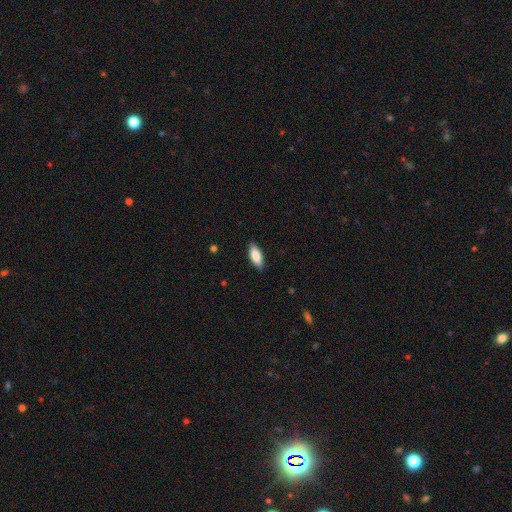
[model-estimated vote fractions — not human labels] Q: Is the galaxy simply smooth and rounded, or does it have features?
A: smooth — 84%.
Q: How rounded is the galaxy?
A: in between — 78%.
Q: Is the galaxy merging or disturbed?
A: none — 87%.